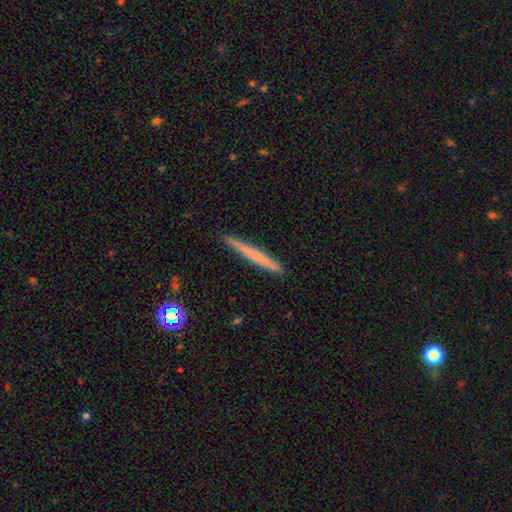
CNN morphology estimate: Q: Smooth or featured?
A: smooth (59%); runner-up: featured or disk (34%)
Q: How rounded?
A: cigar-shaped (97%); runner-up: in between (2%)
Q: Merging?
A: none (91%); runner-up: minor disturbance (7%)